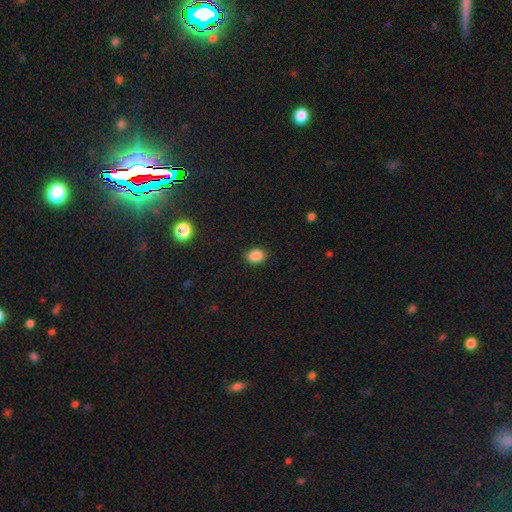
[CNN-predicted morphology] The model was most divided on "how rounded": in between: 65%, round: 34%, cigar-shaped: 1%. More confident: merging — none (89%); smooth or featured — smooth (87%).